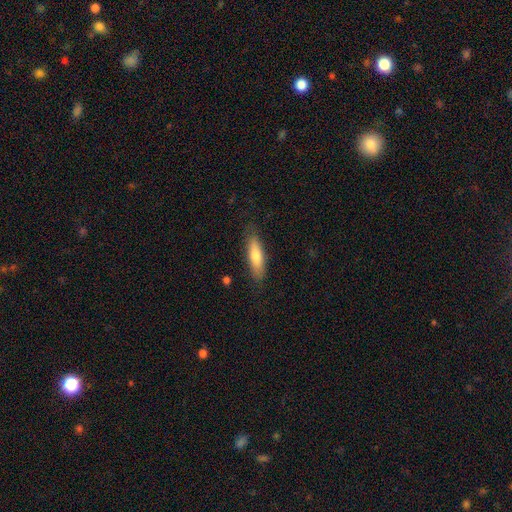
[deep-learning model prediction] Smooth or featured: smooth — 70% (featured or disk — 24%)
How rounded: cigar-shaped — 61% (in between — 37%)
Merging: none — 82% (minor disturbance — 14%)